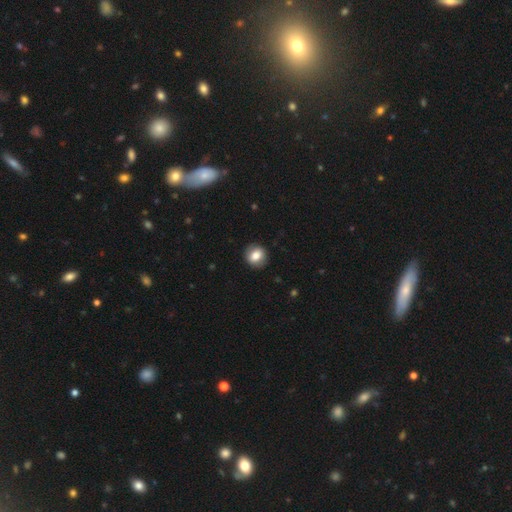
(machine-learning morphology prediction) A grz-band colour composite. It shows a smooth galaxy with no disk features (78%) that is round (77%). Merging: none (89%).